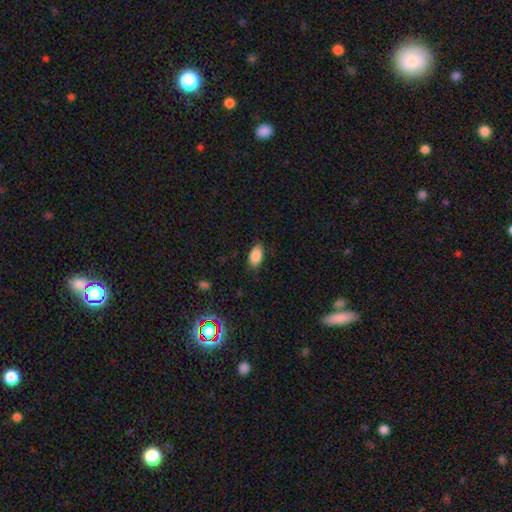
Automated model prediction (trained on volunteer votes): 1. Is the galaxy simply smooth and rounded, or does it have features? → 87% smooth, 8% star or artifact, 5% featured or disk.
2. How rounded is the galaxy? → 93% in between, 4% round, 3% cigar-shaped.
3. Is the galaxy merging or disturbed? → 83% none, 13% minor disturbance, 3% major disturbance, 1% merger.